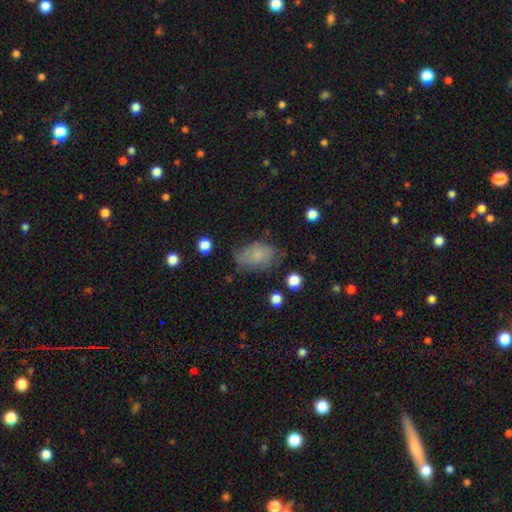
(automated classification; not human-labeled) smooth_or_featured: smooth (p=0.70) [alt: featured or disk p=0.21]
how_rounded: in between (p=0.88) [alt: round p=0.10]
merging: none (p=0.61) [alt: minor disturbance p=0.27]